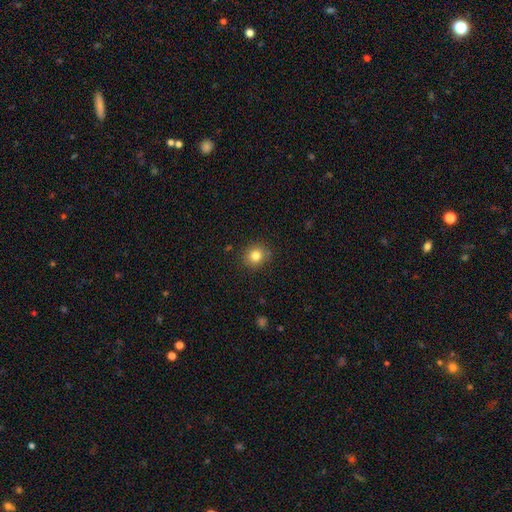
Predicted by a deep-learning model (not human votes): A smooth galaxy with no disk features (82%) that is round (83%).

Vote fractions:
- Smooth or featured? smooth: 82% / star or artifact: 11% / featured or disk: 7%
- How rounded? round: 83% / in between: 16% / cigar-shaped: 1%
- Merging? none: 87% / minor disturbance: 9% / major disturbance: 2% / merger: 2%